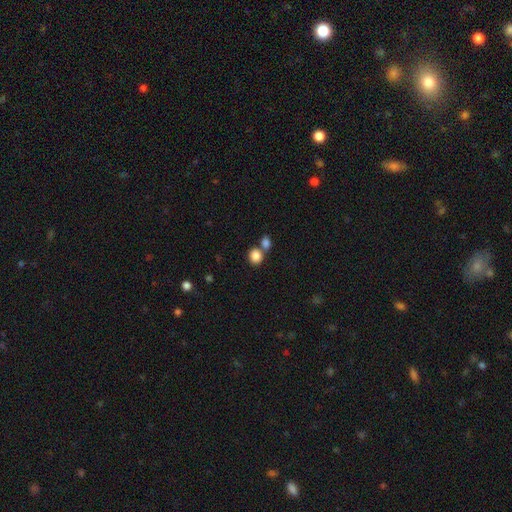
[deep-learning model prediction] Smooth or featured? Predicted: smooth (p=0.85). How rounded? Predicted: round (p=0.75). Merging? Predicted: none (p=0.53).